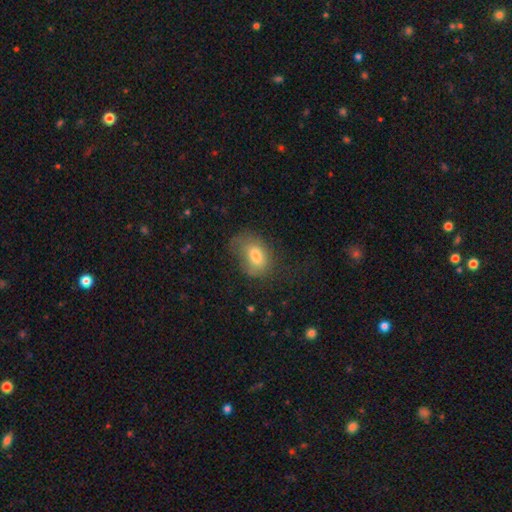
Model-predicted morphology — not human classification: A smooth galaxy with no disk features (73%) that is in between round and cigar-shaped (84%).

Vote fractions:
- Smooth or featured? smooth: 73% / featured or disk: 18% / star or artifact: 9%
- How rounded? in between: 84% / round: 15% / cigar-shaped: 2%
- Merging? none: 42% / minor disturbance: 30% / major disturbance: 25% / merger: 2%